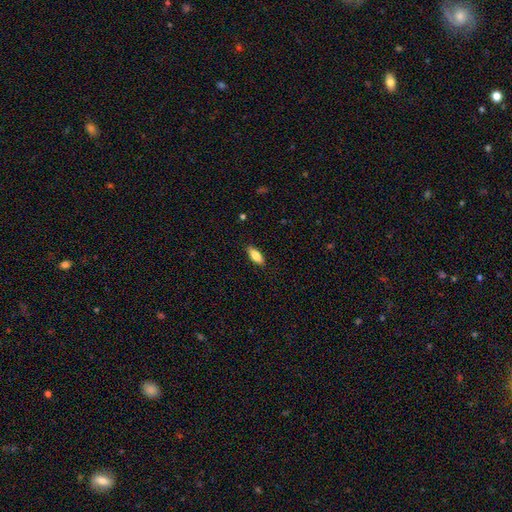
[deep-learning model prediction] This appears to be a smooth galaxy with no disk features (78%) that is in between round and cigar-shaped (78%). Merging: none (87%).